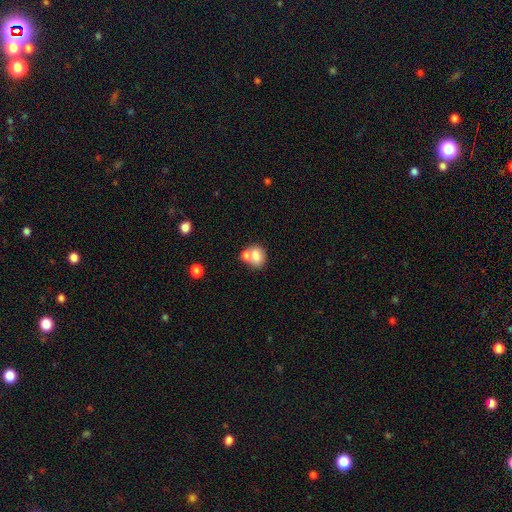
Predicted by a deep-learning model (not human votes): Overall: smooth (75%). How rounded: round (52%; in between 47%). Merging: merger (48%; none 38%).